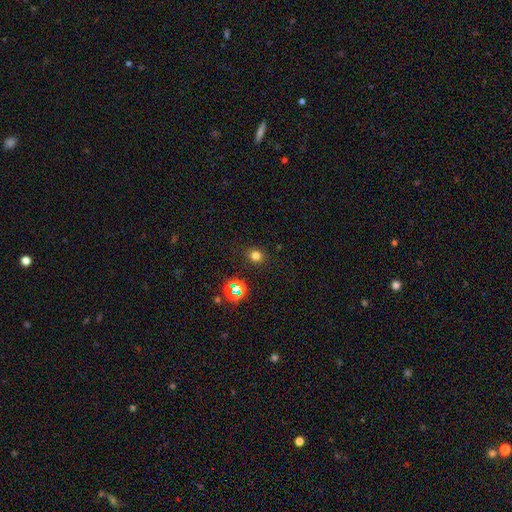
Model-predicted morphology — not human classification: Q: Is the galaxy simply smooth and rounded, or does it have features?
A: smooth — 75%.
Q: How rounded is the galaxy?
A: round — 79%.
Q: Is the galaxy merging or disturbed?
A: none — 88%.